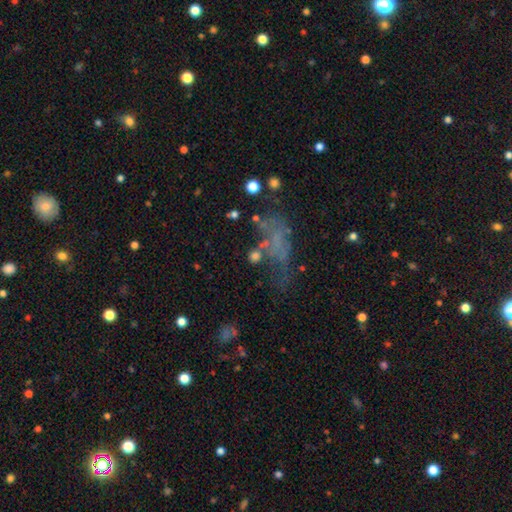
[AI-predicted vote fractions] Smooth or featured? smooth (49%)
Merging? none (38%)